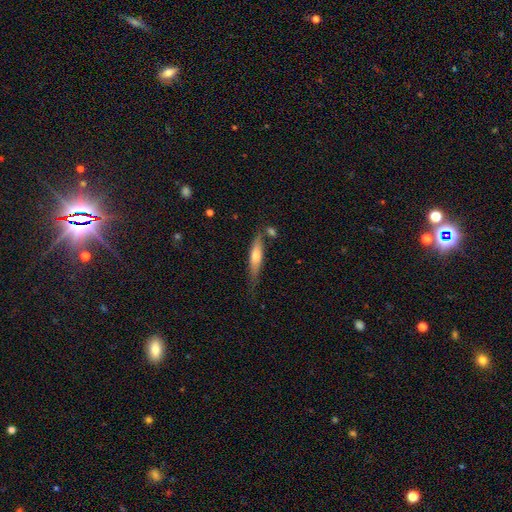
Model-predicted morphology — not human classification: type=smooth (57%); roundness=cigar-shaped (73%); merging=none (59%).